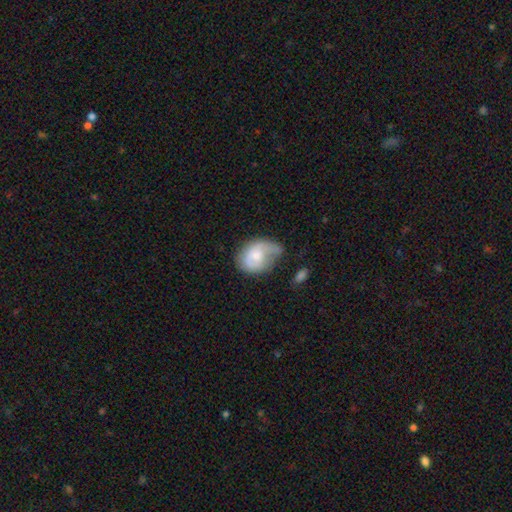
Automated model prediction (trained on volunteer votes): Smooth or featured?
  - smooth: 54% *
  - featured or disk: 39%
  - star or artifact: 7%
How rounded?
  - in between: 65% *
  - round: 34%
  - cigar-shaped: 1%
Merging?
  - minor disturbance: 34% *
  - none: 29%
  - major disturbance: 28%
  - merger: 9%